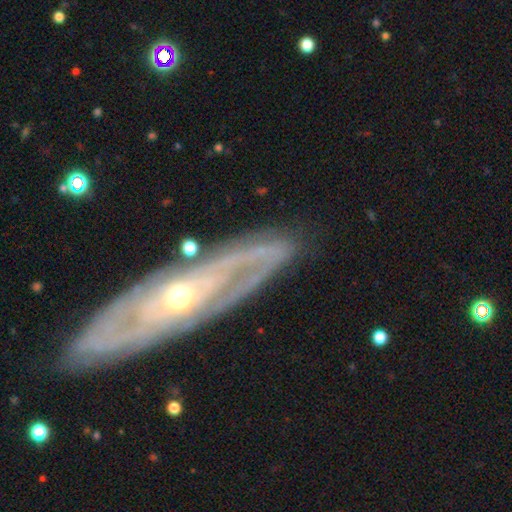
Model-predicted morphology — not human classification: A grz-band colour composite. It shows a featured or disk galaxy (85%) with no bar (73%), spiral arms (80%) and a moderate central bulge (58%). Merging: none (85%).